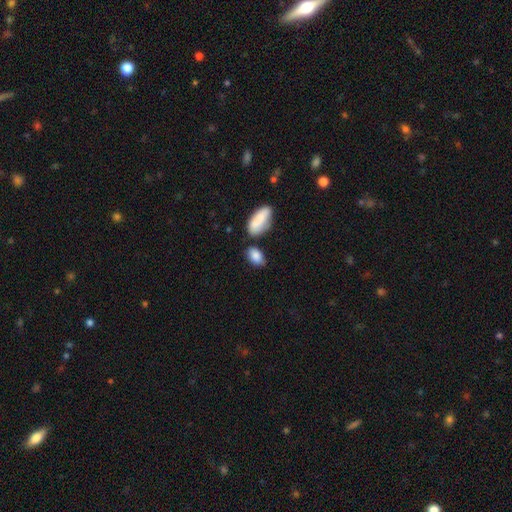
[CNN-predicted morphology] Q: Smooth or featured?
A: smooth (85%); runner-up: featured or disk (7%)
Q: How rounded?
A: in between (89%); runner-up: round (7%)
Q: Merging?
A: none (57%); runner-up: minor disturbance (22%)